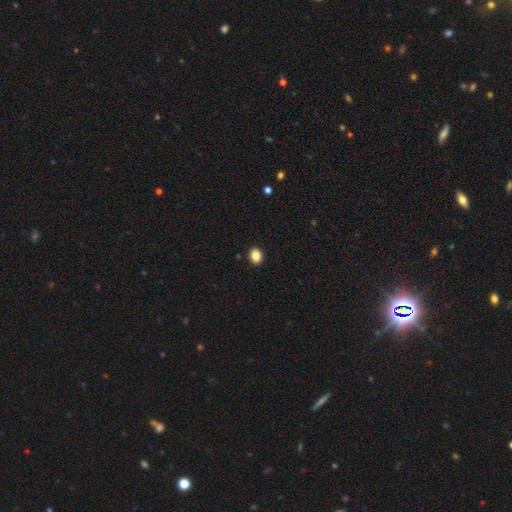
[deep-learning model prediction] Q: Smooth or featured?
A: smooth (87%); runner-up: star or artifact (9%)
Q: How rounded?
A: in between (63%); runner-up: round (36%)
Q: Merging?
A: none (91%); runner-up: minor disturbance (6%)